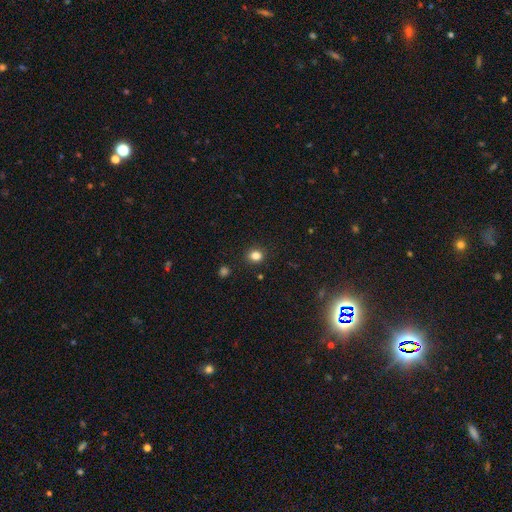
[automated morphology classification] Smooth or featured?
  - smooth: 82% *
  - star or artifact: 13%
  - featured or disk: 5%
How rounded?
  - round: 75% *
  - in between: 24%
  - cigar-shaped: 1%
Merging?
  - none: 89% *
  - minor disturbance: 7%
  - major disturbance: 2%
  - merger: 2%